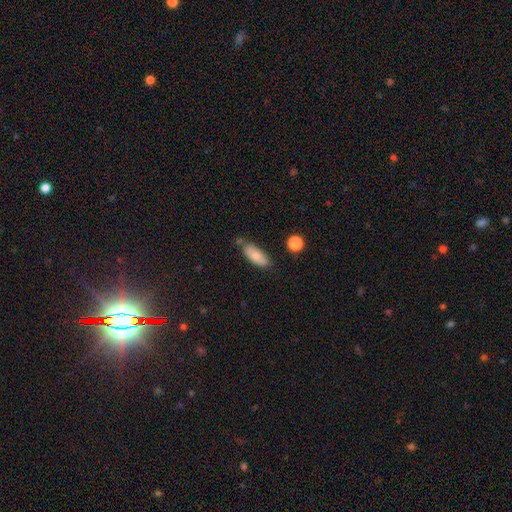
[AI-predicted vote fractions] Morphology: type=smooth (79%); roundness=in between (80%); merging=none (66%).